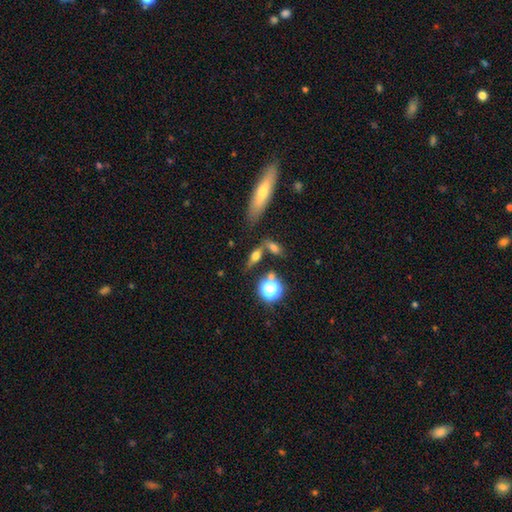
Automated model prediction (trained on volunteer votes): smooth-or-featured: smooth: 49% | featured or disk: 37% | star or artifact: 14%
  merging: none: 60% | merger: 21% | minor disturbance: 13% | major disturbance: 6%